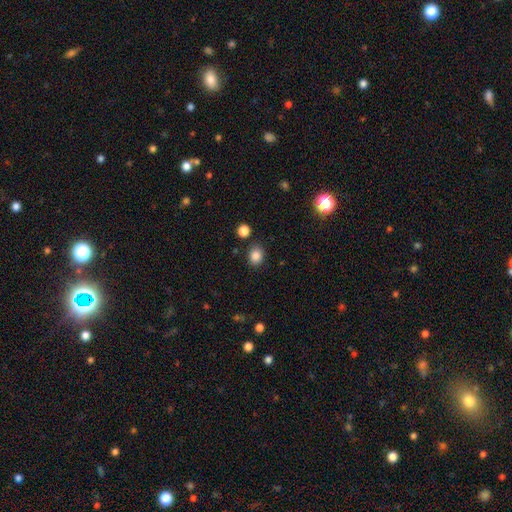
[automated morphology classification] Q: Smooth or featured?
A: smooth (85%); runner-up: star or artifact (11%)
Q: How rounded?
A: round (56%); runner-up: in between (43%)
Q: Merging?
A: none (84%); runner-up: minor disturbance (9%)